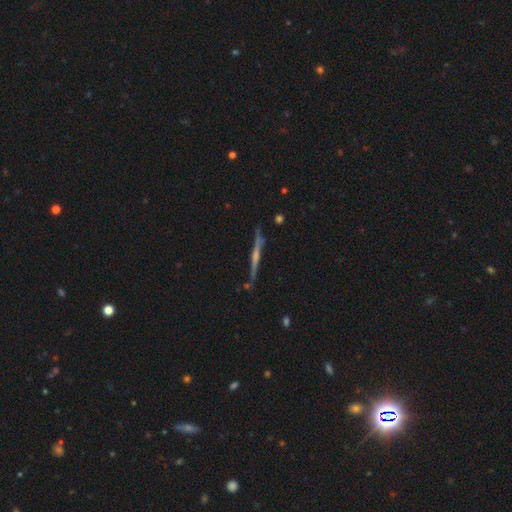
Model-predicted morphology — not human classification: This appears to be a featured or disk galaxy (73%) viewed edge-on (97%) with a rounded central bulge (54%). Merging: none (84%).